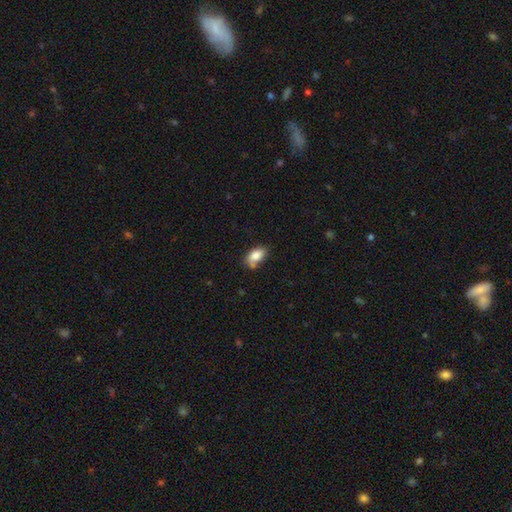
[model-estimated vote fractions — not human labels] Smooth or featured: smooth — 83% (featured or disk — 9%)
How rounded: in between — 91% (round — 7%)
Merging: none — 55% (minor disturbance — 27%)